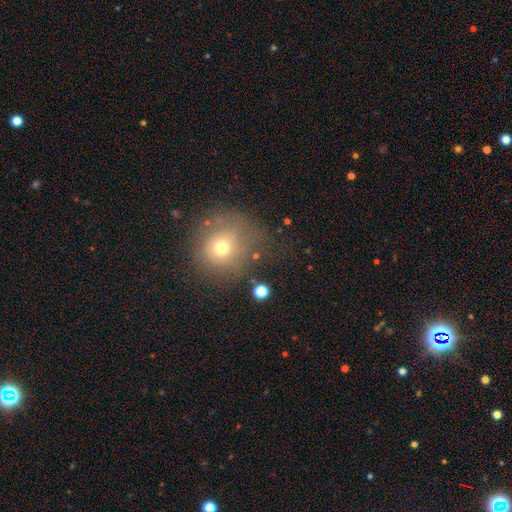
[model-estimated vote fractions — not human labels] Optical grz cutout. It shows a smooth galaxy with no disk features (64%) that is round (86%). Merging: none (55%).